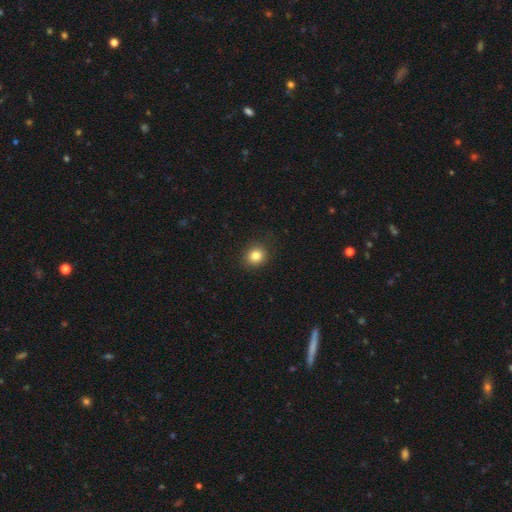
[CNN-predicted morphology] Smooth or featured? Predicted: smooth (p=0.83). How rounded? Predicted: round (p=0.78). Merging? Predicted: none (p=0.89).